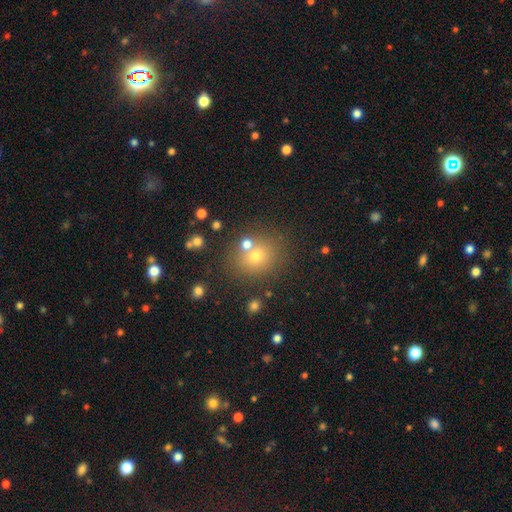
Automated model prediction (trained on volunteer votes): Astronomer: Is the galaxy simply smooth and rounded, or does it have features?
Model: smooth — 66%.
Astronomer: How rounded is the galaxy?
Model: round — 76%.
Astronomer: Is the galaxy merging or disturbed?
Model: none — 71%.